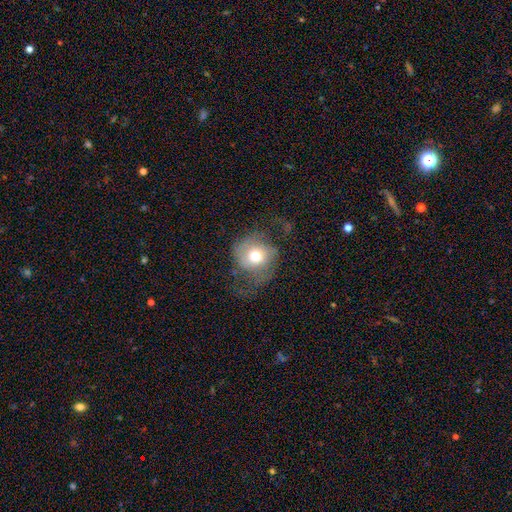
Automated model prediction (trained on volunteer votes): Smooth or featured? Predicted: smooth (p=0.56). How rounded? Predicted: round (p=0.81). Merging? Predicted: none (p=0.41).